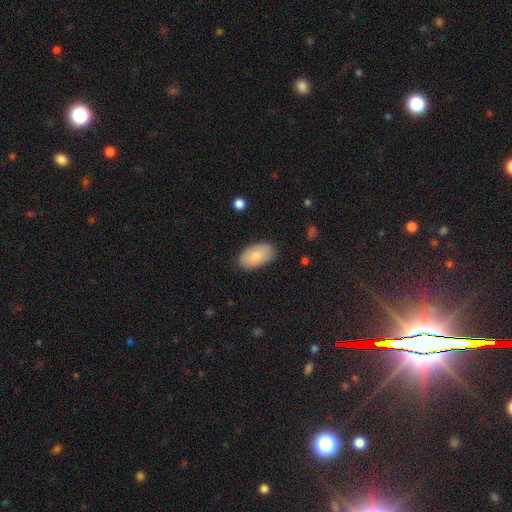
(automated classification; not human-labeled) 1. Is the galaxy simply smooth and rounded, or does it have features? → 77% smooth, 17% featured or disk, 6% star or artifact.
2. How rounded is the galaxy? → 94% in between, 4% round, 2% cigar-shaped.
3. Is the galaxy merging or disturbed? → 81% none, 15% minor disturbance, 3% major disturbance, 1% merger.